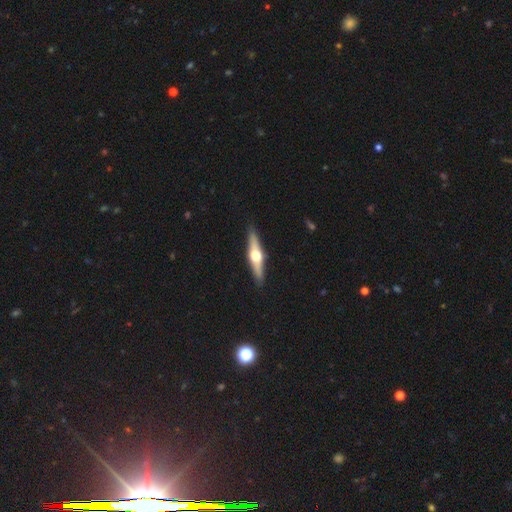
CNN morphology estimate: Smooth or featured: featured or disk — 71% (smooth — 24%)
Edge-on disk: yes — 97% (no — 3%)
Edge-on bulge: rounded — 96% (boxy — 3%)
Merging: none — 90% (minor disturbance — 7%)